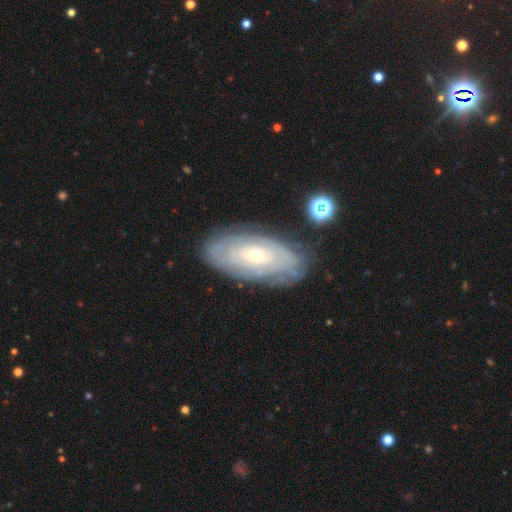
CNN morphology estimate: A featured or disk galaxy (74%) with no bar (78%), tight (82%) spiral arms (78%) and a small central bulge (75%). Merging: none (79%).